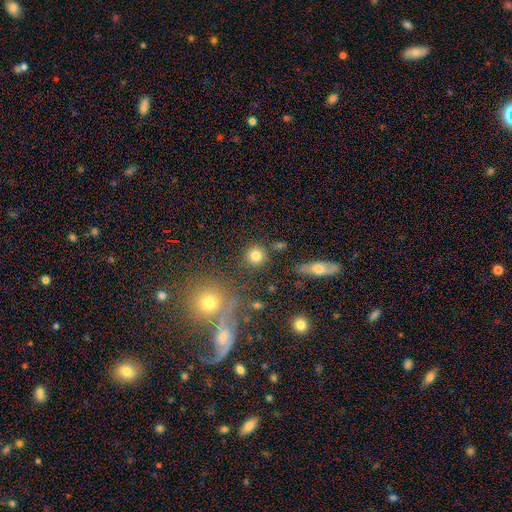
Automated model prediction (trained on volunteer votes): Smooth or featured?
  - smooth: 81% *
  - star or artifact: 11%
  - featured or disk: 8%
How rounded?
  - round: 91% *
  - in between: 7%
  - cigar-shaped: 1%
Merging?
  - none: 82% *
  - minor disturbance: 9%
  - merger: 6%
  - major disturbance: 3%